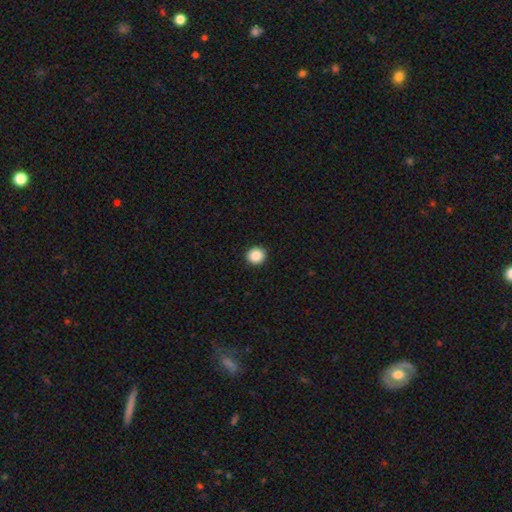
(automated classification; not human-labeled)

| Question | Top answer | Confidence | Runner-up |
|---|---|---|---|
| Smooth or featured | smooth | 88% | star or artifact (9%) |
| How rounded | round | 89% | in between (10%) |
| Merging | none | 93% | minor disturbance (5%) |